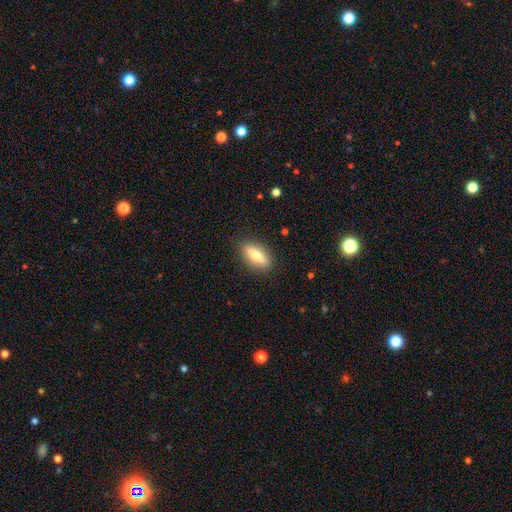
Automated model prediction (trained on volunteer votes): Morphology: type=smooth (60%); roundness=in between (62%); merging=none (87%).